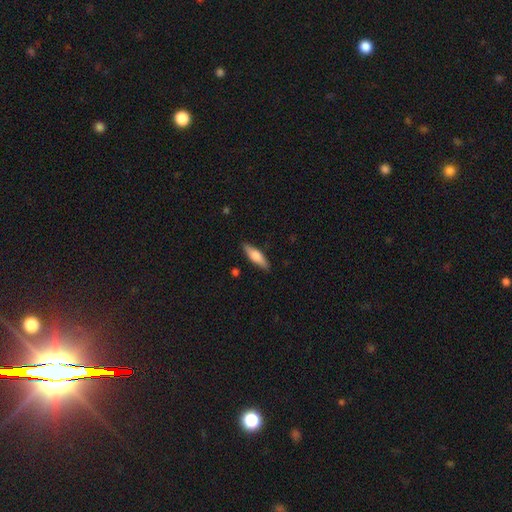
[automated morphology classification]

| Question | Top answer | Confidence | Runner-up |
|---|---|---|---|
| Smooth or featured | smooth | 63% | featured or disk (31%) |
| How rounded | cigar-shaped | 61% | in between (37%) |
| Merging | none | 87% | minor disturbance (10%) |